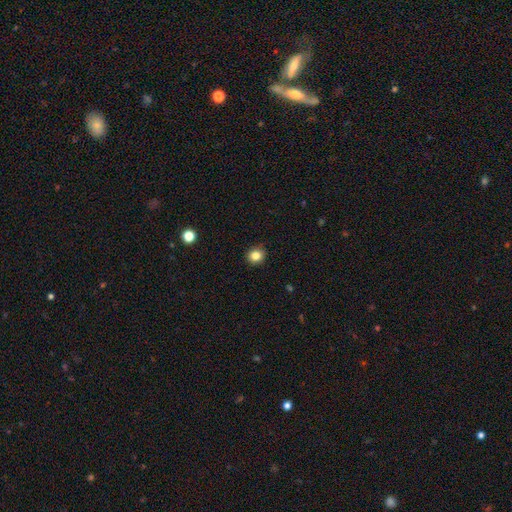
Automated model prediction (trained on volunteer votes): Smooth or featured?
  - smooth: 84% *
  - star or artifact: 11%
  - featured or disk: 5%
How rounded?
  - round: 81% *
  - in between: 18%
  - cigar-shaped: 1%
Merging?
  - none: 89% *
  - minor disturbance: 8%
  - major disturbance: 2%
  - merger: 1%